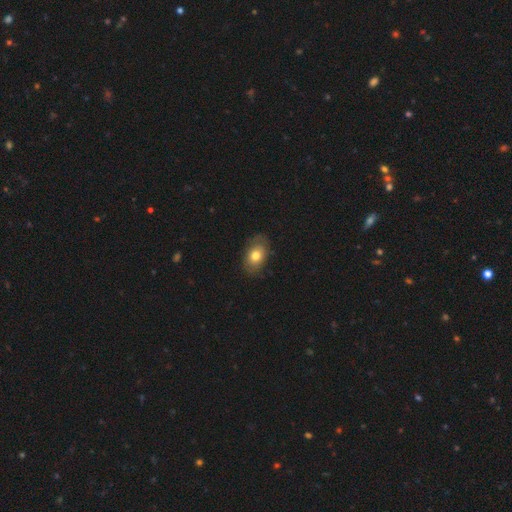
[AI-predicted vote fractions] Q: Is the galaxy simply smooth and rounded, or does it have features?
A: smooth — 73%.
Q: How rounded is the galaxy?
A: in between — 82%.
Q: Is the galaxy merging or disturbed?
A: none — 79%.